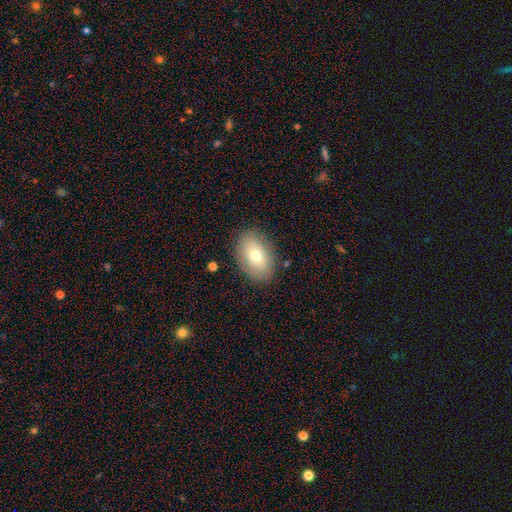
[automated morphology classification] The model was most divided on "smooth or featured": smooth: 73%, featured or disk: 19%, star or artifact: 8%. More confident: how rounded — in between (88%); merging — none (86%).